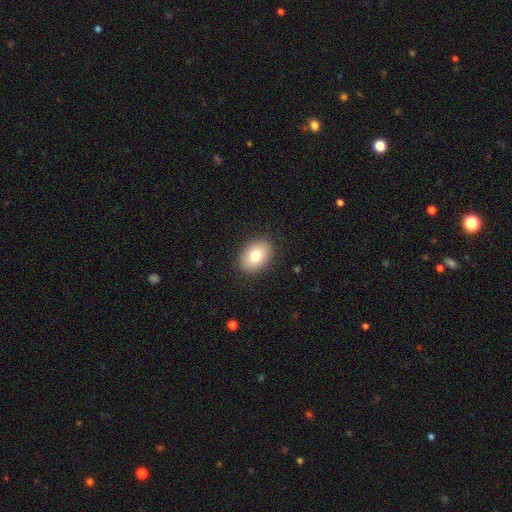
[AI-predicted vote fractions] smooth_or_featured: smooth (p=0.78) [alt: featured or disk p=0.14]
how_rounded: in between (p=0.73) [alt: round p=0.26]
merging: none (p=0.89) [alt: minor disturbance p=0.08]